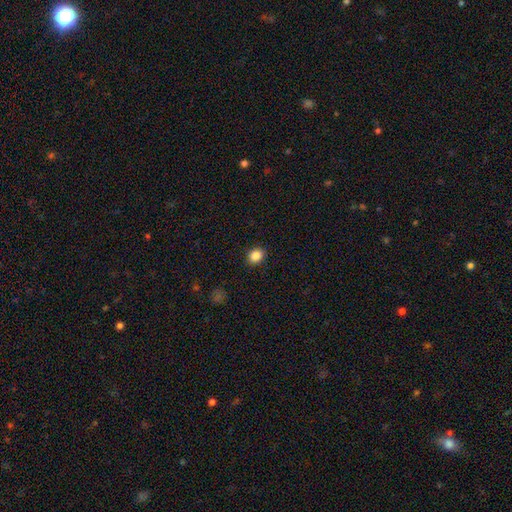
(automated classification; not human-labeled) Morphology: type=smooth (86%); roundness=round (56%); merging=none (90%).